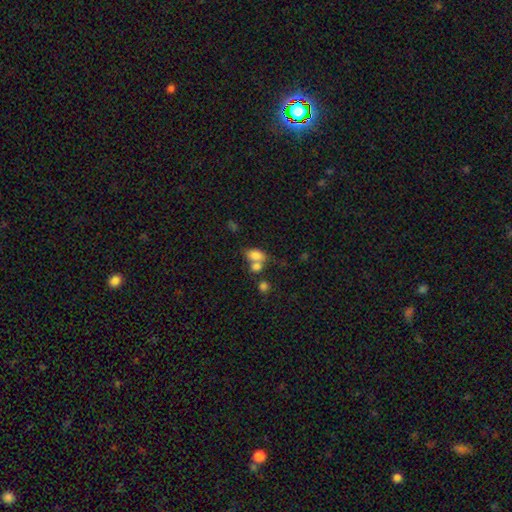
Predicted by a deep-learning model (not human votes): The model was most divided on "merging": merger: 47%, none: 35%, minor disturbance: 12%, major disturbance: 6%. More confident: how rounded — in between (83%); smooth or featured — smooth (78%).